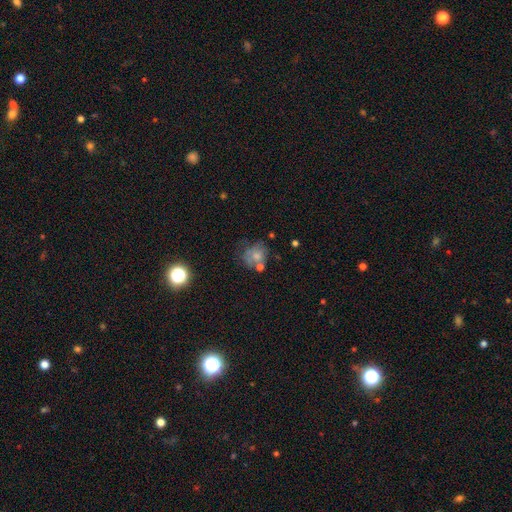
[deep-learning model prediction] The model was most divided on "merging": none: 38%, minor disturbance: 24%, major disturbance: 21%, merger: 17%. More confident: how rounded — round (64%); smooth or featured — smooth (56%).